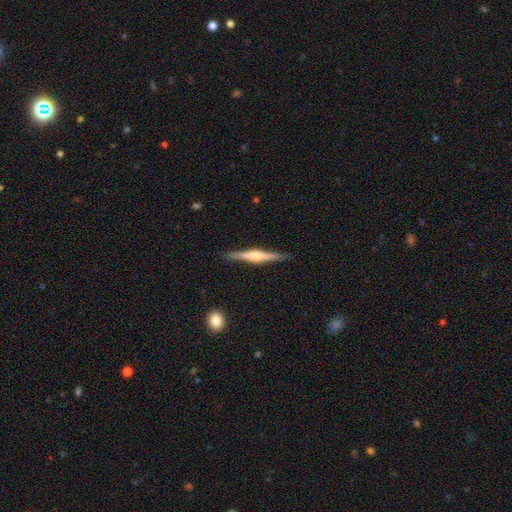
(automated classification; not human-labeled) Morphology: type=featured or disk (69%); edge-on=yes (98%); edge-on bulge=rounded (76%); merging=none (89%).